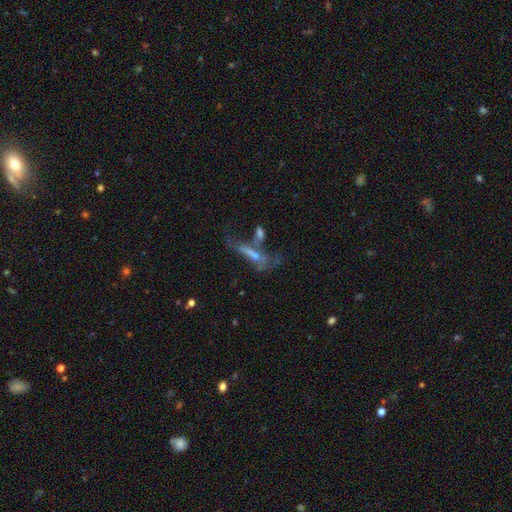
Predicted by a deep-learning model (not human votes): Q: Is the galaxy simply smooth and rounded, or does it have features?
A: featured or disk — 56%.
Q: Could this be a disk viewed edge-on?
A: no — 59%.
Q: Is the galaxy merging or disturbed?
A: merger — 33%.